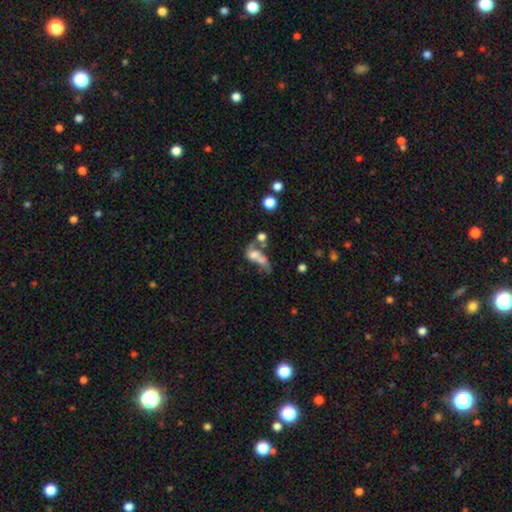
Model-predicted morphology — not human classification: Smooth or featured?
  - smooth: 49% *
  - featured or disk: 37%
  - star or artifact: 14%
Merging?
  - merger: 55% *
  - major disturbance: 22%
  - none: 14%
  - minor disturbance: 9%